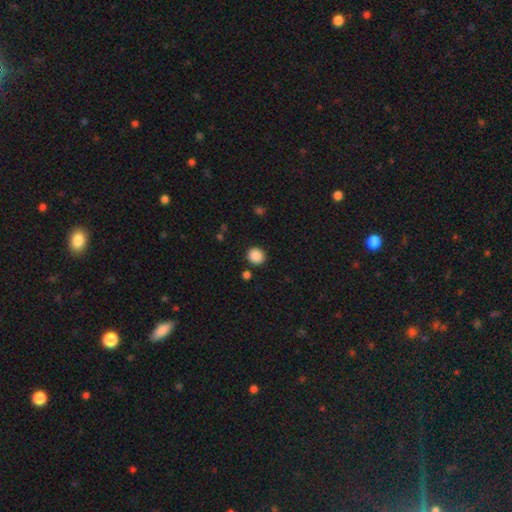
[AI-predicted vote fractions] smooth-or-featured: smooth: 88% | star or artifact: 9% | featured or disk: 3%
  how-rounded: round: 85% | in between: 14% | cigar-shaped: 1%
  merging: none: 88% | minor disturbance: 7% | merger: 3% | major disturbance: 3%